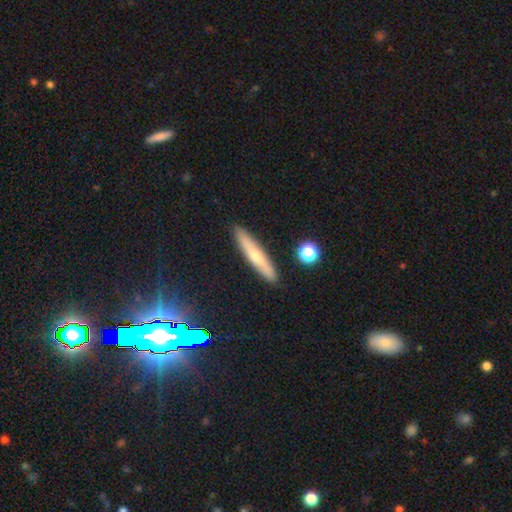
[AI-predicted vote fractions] smooth 51%, featured or disk 41%, star or artifact 8%. Down the decision tree: how rounded — cigar-shaped (91%); merging — none (89%).